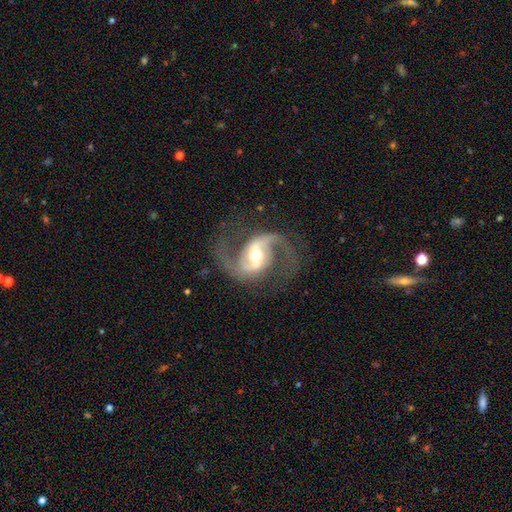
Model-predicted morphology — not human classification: featured or disk 92%, star or artifact 5%, smooth 3%. Down the decision tree: edge-on disk — no (98%); bar — weak (40%); spiral arms — yes (98%); spiral arm count — 2 (94%); spiral winding — medium (51%); bulge size — moderate (62%); merging — none (79%).